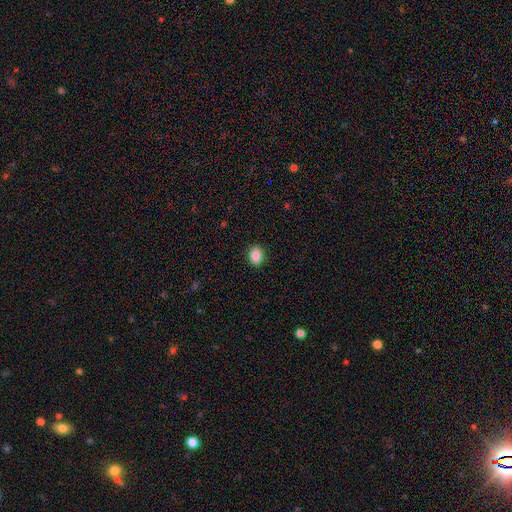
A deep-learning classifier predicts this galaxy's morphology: A smooth galaxy with no disk features (86%) that is in between round and cigar-shaped (56%).

Vote fractions:
- Smooth or featured? smooth: 86% / star or artifact: 9% / featured or disk: 5%
- How rounded? in between: 56% / round: 43% / cigar-shaped: 1%
- Merging? none: 90% / minor disturbance: 7% / major disturbance: 2% / merger: 1%